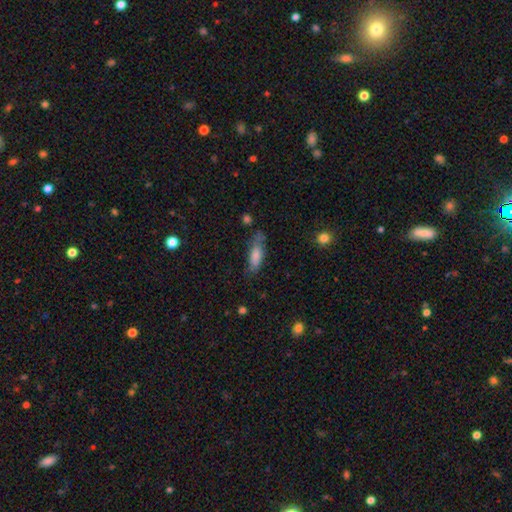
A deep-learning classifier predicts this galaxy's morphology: This is likely a smooth galaxy (75%). How rounded: possibly in between (60%). Merging: possibly none (59%).